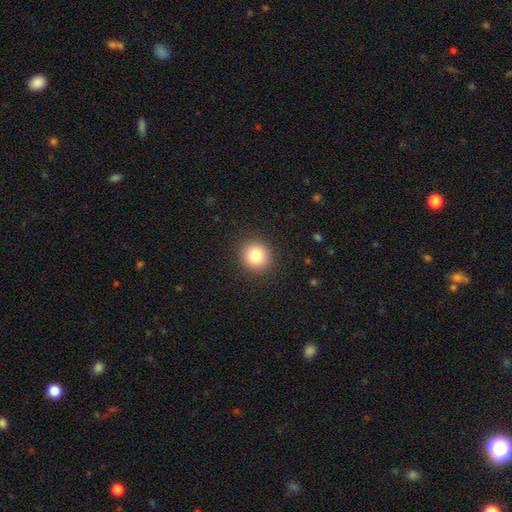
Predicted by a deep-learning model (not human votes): Smooth or featured: smooth — 83% (star or artifact — 10%)
How rounded: round — 90% (in between — 9%)
Merging: none — 91% (minor disturbance — 6%)